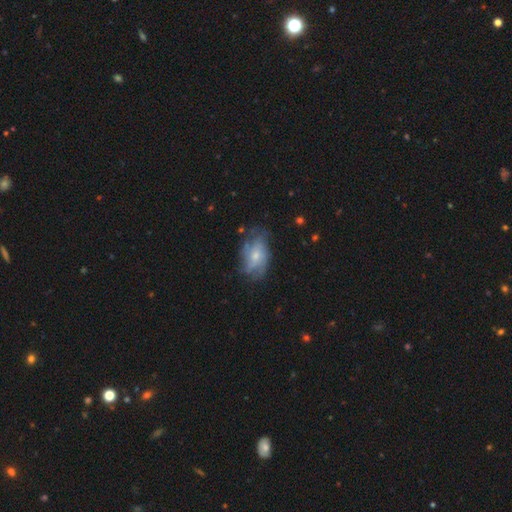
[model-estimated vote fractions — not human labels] A featured or disk galaxy (65%) with no bar (70%), medium (41%) spiral arms (82%) and a small central bulge (54%).

Vote fractions:
- Smooth or featured? featured or disk: 65% / smooth: 27% / star or artifact: 8%
- Edge-on disk? no: 95% / yes: 5%
- Bar? no: 70% / weak: 26% / strong: 4%
- Spiral arms? yes: 82% / no: 18%
- Spiral winding? medium: 41% / tight: 35% / loose: 25%
- Spiral arm count? can't tell: 43% / 2: 17% / 3: 17% / 4: 14% / more than 4: 5% / 1: 5%
- Bulge size? small: 54% / moderate: 38% / none: 4% / large: 3% / dominant: 1%
- Merging? none: 62% / minor disturbance: 24% / major disturbance: 12% / merger: 2%